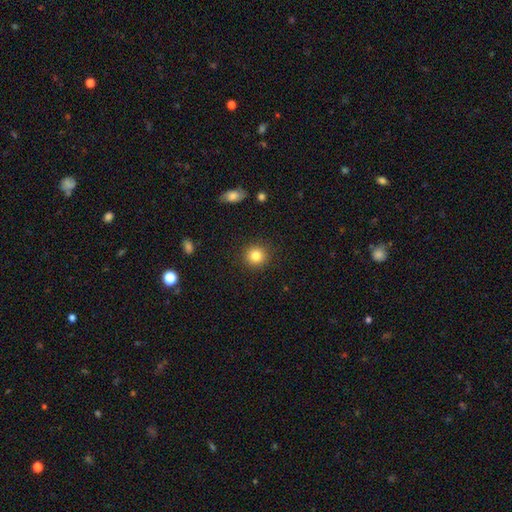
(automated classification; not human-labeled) smooth 83%, star or artifact 11%, featured or disk 6%. Down the decision tree: how rounded — round (92%); merging — none (91%).